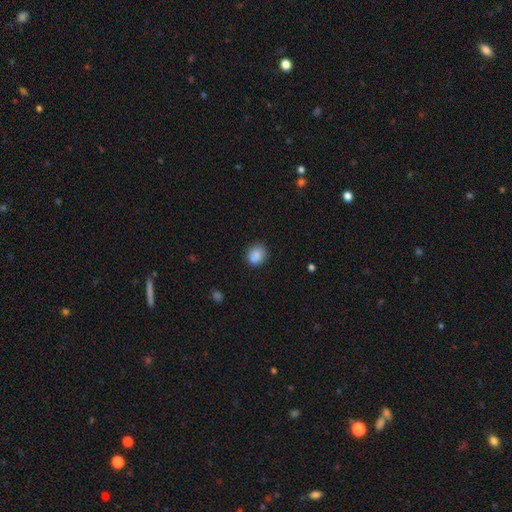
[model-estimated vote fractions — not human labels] A smooth galaxy with no disk features (84%) that is round (69%).

Vote fractions:
- Smooth or featured? smooth: 84% / star or artifact: 9% / featured or disk: 7%
- How rounded? round: 69% / in between: 30% / cigar-shaped: 1%
- Merging? none: 73% / minor disturbance: 17% / merger: 5% / major disturbance: 4%